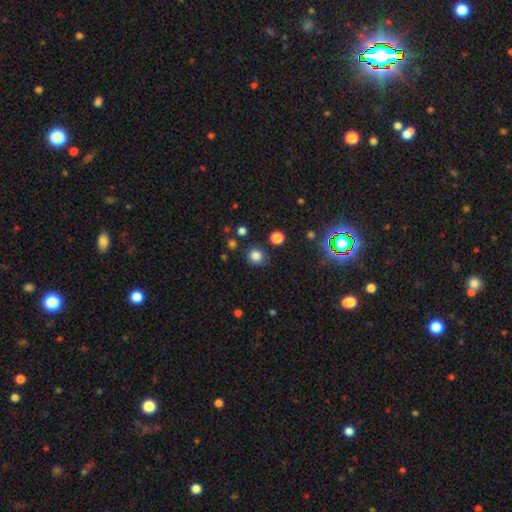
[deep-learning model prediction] Smooth or featured? Predicted: smooth (p=0.82). How rounded? Predicted: round (p=0.88). Merging? Predicted: none (p=0.82).